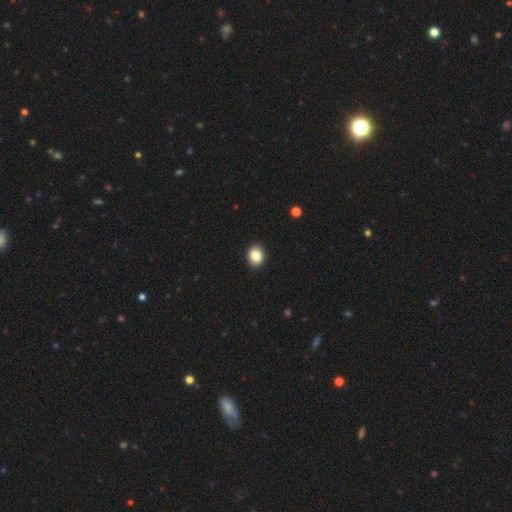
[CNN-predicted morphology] Q: Smooth or featured?
A: smooth (85%); runner-up: star or artifact (9%)
Q: How rounded?
A: round (53%); runner-up: in between (47%)
Q: Merging?
A: none (91%); runner-up: minor disturbance (6%)